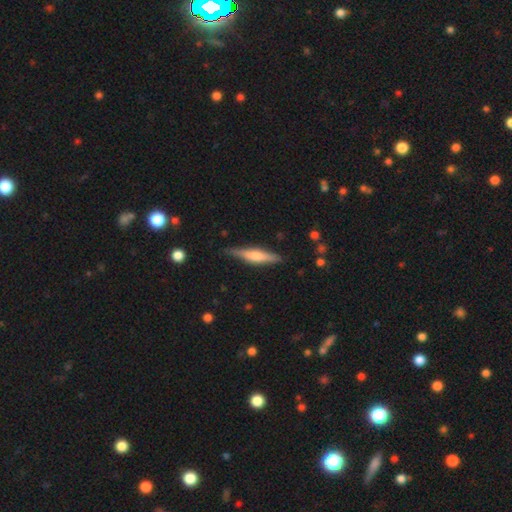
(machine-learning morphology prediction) This appears to be a featured or disk galaxy (56%) viewed edge-on (96%) with a rounded central bulge (72%). Merging: none (85%).